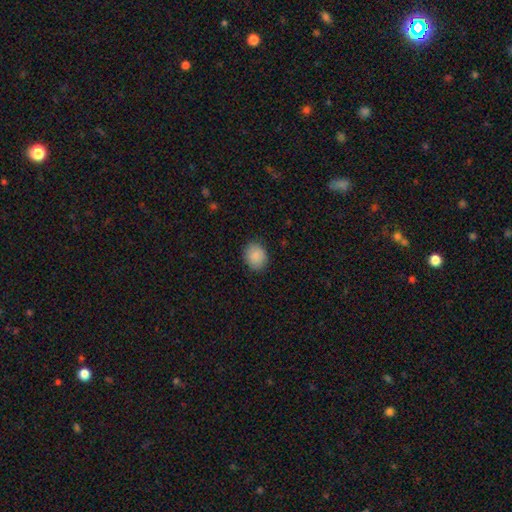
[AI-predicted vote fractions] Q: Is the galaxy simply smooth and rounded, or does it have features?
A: smooth — 88%.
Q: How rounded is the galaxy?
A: round — 56%.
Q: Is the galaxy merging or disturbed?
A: none — 86%.